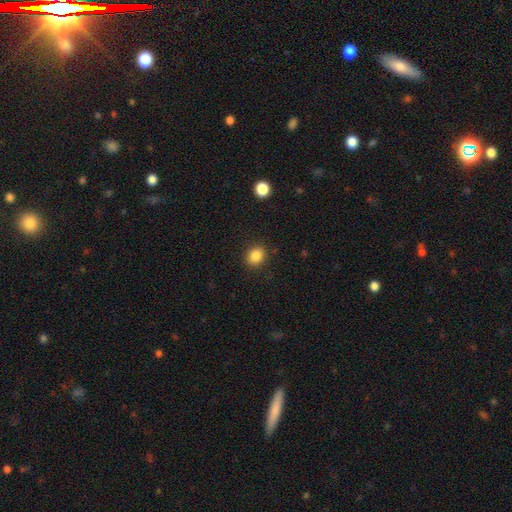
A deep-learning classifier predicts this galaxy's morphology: Overall: smooth (85%). How rounded: round (62%; in between 37%). Merging: none (89%).